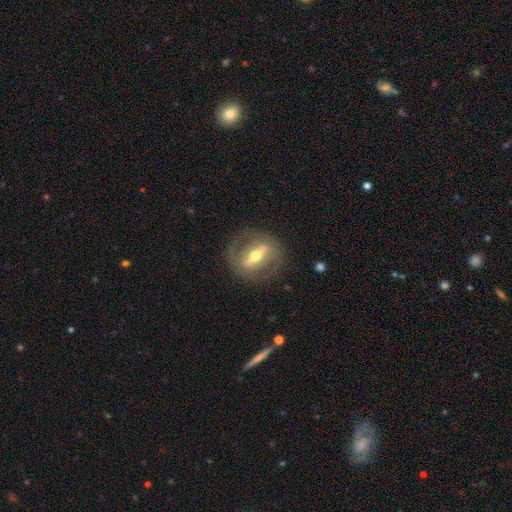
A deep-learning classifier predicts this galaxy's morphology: smooth-or-featured: featured or disk: 77% | smooth: 18% | star or artifact: 6%
  disk-edge-on: no: 77% | yes: 23%
    bar: strong: 73% | weak: 19% | no: 8%
    has-spiral-arms: no: 54% | yes: 46%
    bulge-size: moderate: 67% | small: 23% | large: 8% | dominant: 1% | none: 1%
  merging: none: 82% | minor disturbance: 11% | major disturbance: 7% | merger: 1%